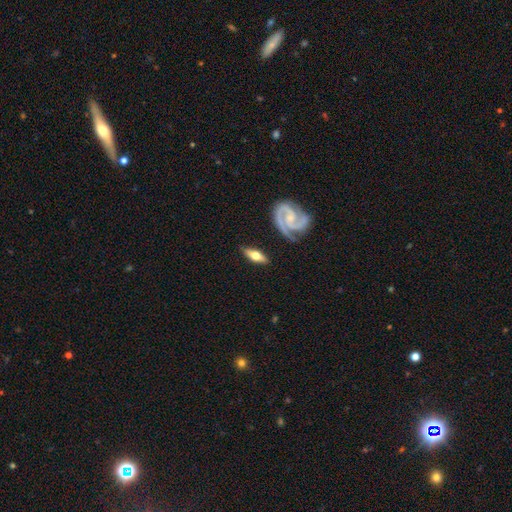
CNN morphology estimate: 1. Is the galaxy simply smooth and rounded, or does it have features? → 61% featured or disk, 34% smooth, 5% star or artifact.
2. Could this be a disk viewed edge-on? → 54% yes, 46% no.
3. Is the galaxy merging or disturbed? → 81% none, 13% minor disturbance, 3% merger, 3% major disturbance.